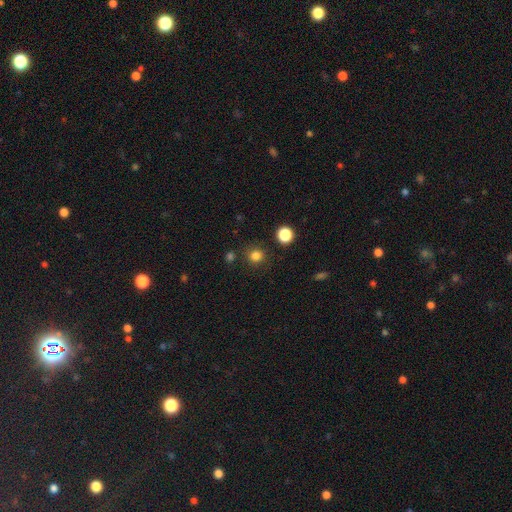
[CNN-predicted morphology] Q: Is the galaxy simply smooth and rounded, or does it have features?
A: smooth — 81%.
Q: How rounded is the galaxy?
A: round — 89%.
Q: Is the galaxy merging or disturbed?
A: none — 86%.